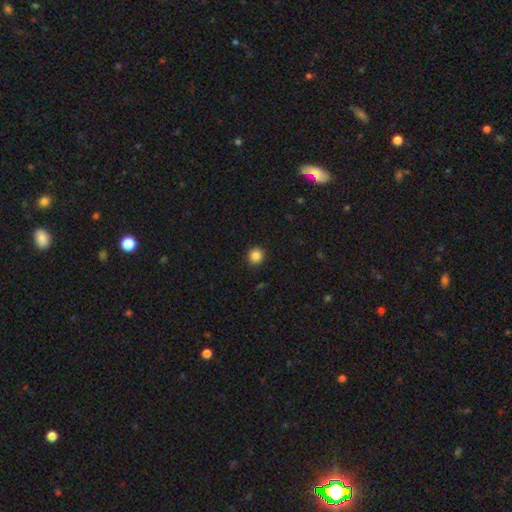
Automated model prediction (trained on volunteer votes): Smooth or featured?
  - smooth: 86% *
  - star or artifact: 11%
  - featured or disk: 3%
How rounded?
  - round: 93% *
  - in between: 6%
  - cigar-shaped: 1%
Merging?
  - none: 92% *
  - minor disturbance: 5%
  - major disturbance: 2%
  - merger: 1%